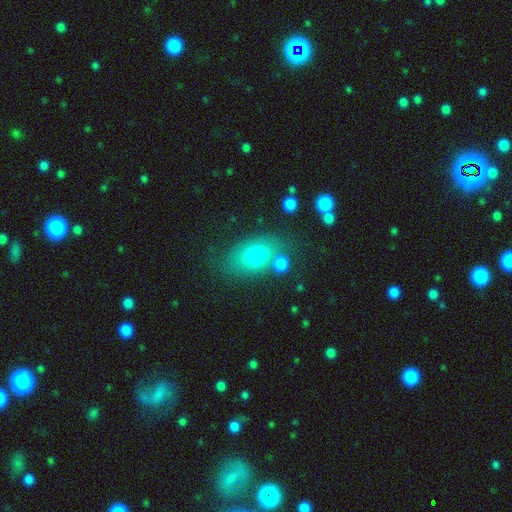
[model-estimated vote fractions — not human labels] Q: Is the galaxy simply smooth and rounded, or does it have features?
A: smooth — 73%.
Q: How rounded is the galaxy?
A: in between — 79%.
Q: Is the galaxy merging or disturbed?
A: none — 65%.